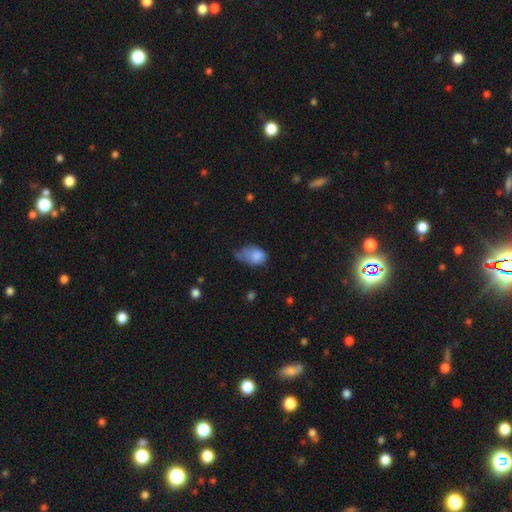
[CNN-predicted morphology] type=smooth (79%); roundness=in between (82%); merging=minor disturbance (43%).